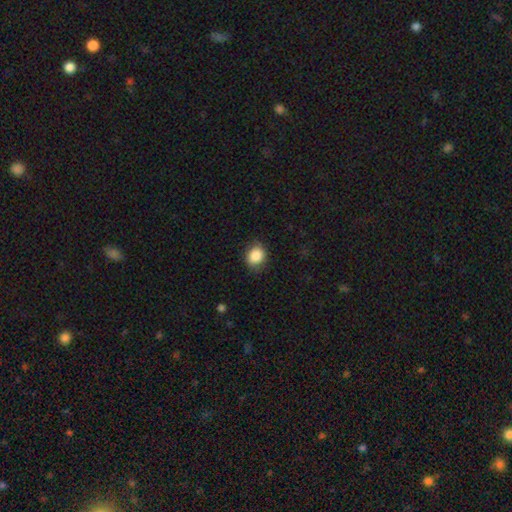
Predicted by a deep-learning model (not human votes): Q: Smooth or featured?
A: smooth (87%); runner-up: star or artifact (8%)
Q: How rounded?
A: round (64%); runner-up: in between (35%)
Q: Merging?
A: none (79%); runner-up: minor disturbance (16%)